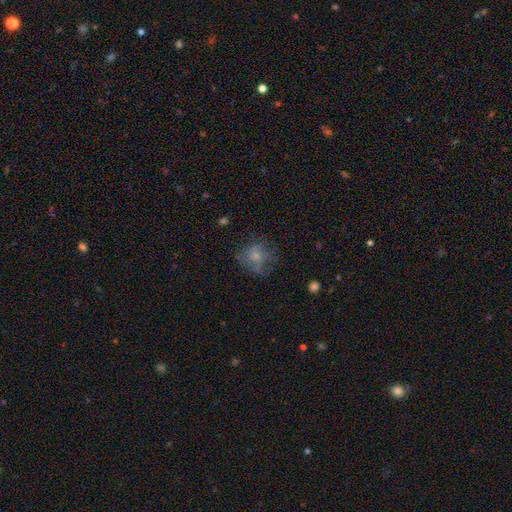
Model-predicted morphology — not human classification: type=smooth (58%); roundness=round (73%); merging=none (53%).